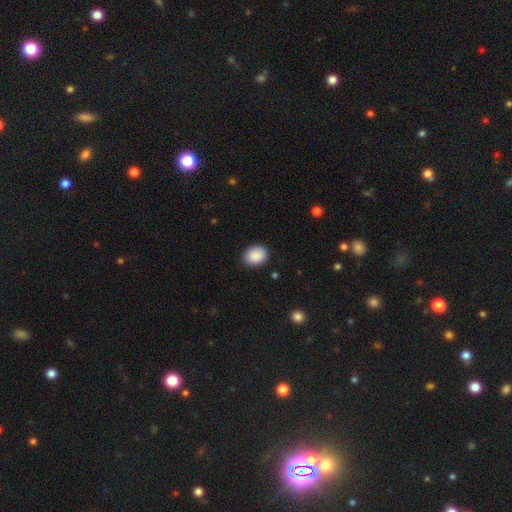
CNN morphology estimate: This appears to be a smooth galaxy with no disk features (90%) that is in between round and cigar-shaped (52%). Merging: none (87%).